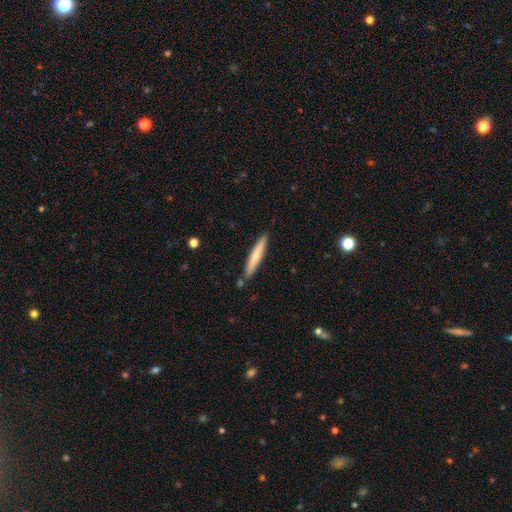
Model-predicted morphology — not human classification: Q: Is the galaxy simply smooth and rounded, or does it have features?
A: smooth — 63%.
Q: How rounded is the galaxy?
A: cigar-shaped — 94%.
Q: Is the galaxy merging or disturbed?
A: none — 86%.